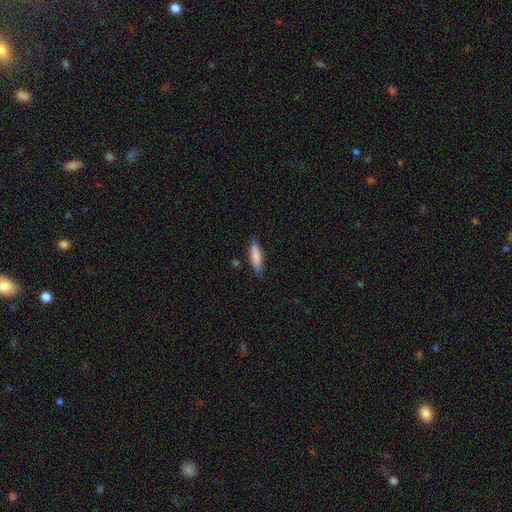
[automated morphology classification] Smooth or featured? Predicted: smooth (p=0.83). How rounded? Predicted: cigar-shaped (p=0.65). Merging? Predicted: none (p=0.77).